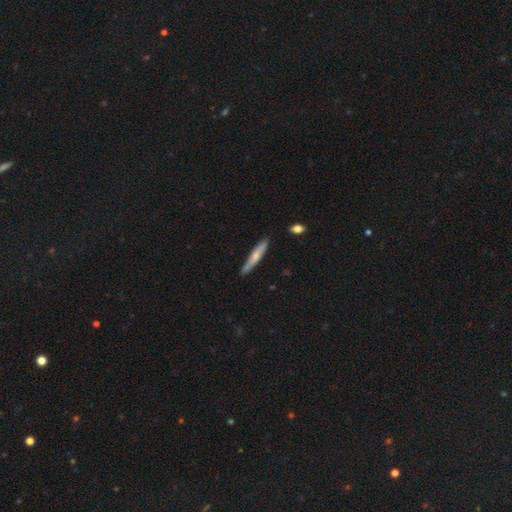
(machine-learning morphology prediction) smooth_or_featured: smooth (p=0.56) [alt: featured or disk p=0.39]
how_rounded: cigar-shaped (p=0.91) [alt: in between p=0.08]
merging: none (p=0.78) [alt: minor disturbance p=0.17]